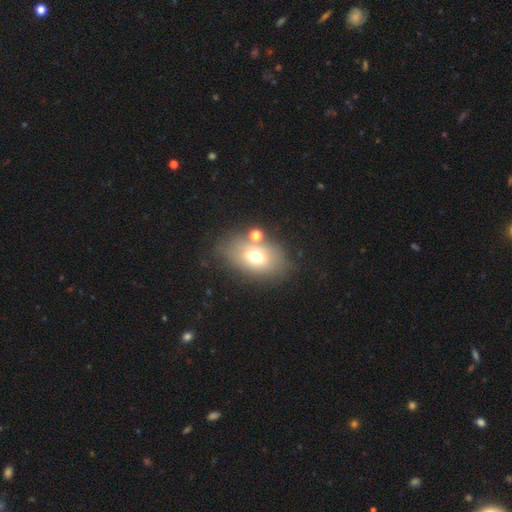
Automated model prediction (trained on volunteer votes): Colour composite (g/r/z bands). It shows a smooth galaxy with no disk features (63%) that is in between round and cigar-shaped (82%). Merging: none (63%).